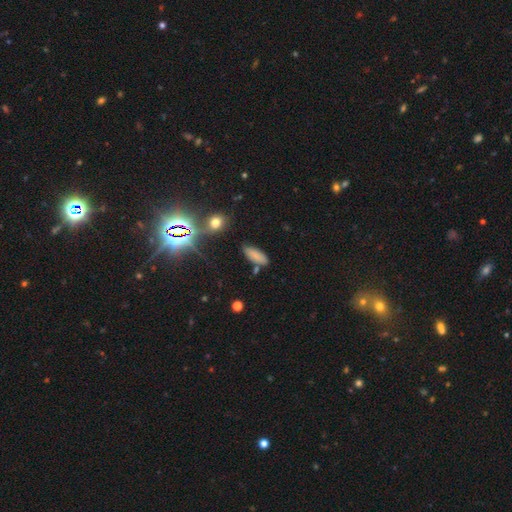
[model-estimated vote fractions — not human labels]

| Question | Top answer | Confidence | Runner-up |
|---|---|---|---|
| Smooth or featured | smooth | 79% | star or artifact (12%) |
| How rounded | in between | 71% | cigar-shaped (27%) |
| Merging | none | 78% | minor disturbance (13%) |